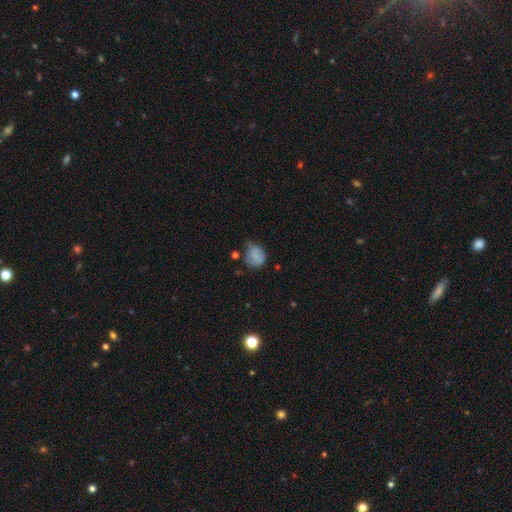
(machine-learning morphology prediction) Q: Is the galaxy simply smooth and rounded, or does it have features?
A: smooth — 75%.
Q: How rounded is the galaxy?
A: round — 65%.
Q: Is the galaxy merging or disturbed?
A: none — 47%.